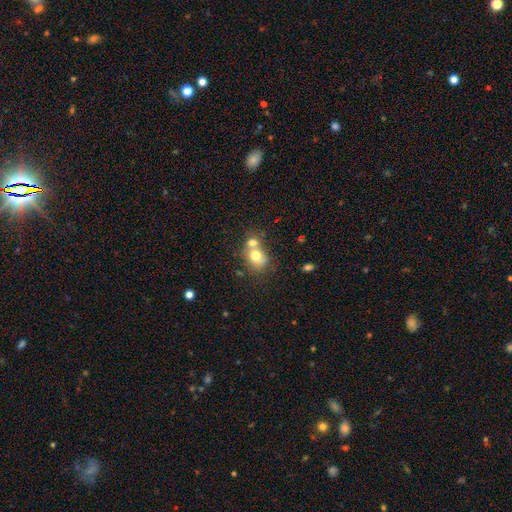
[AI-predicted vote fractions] A smooth galaxy with no disk features (72%) that is round (55%).

Vote fractions:
- Smooth or featured? smooth: 72% / featured or disk: 18% / star or artifact: 10%
- How rounded? round: 55% / in between: 44% / cigar-shaped: 1%
- Merging? merger: 55% / none: 32% / minor disturbance: 9% / major disturbance: 4%